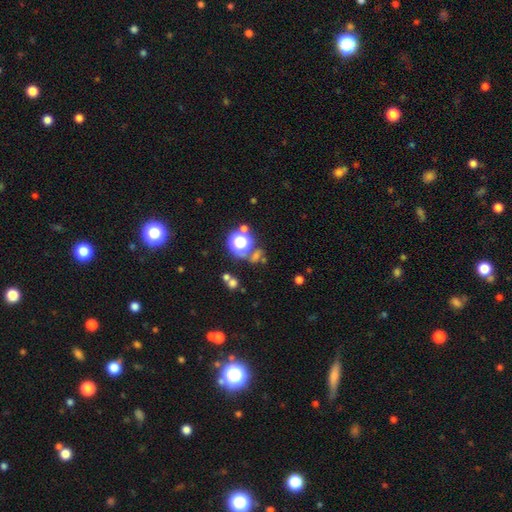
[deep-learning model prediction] smooth_or_featured: star or artifact (p=0.53) [alt: smooth p=0.36]